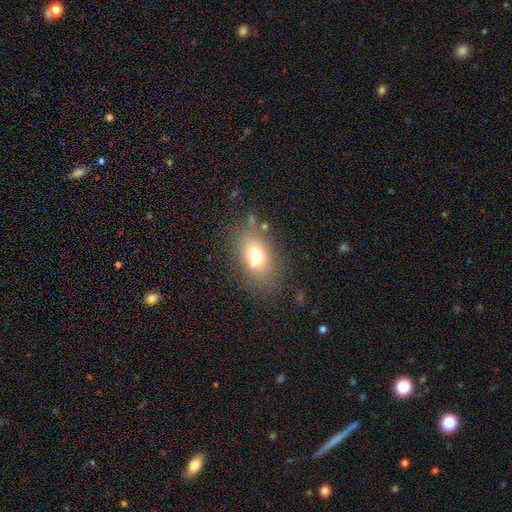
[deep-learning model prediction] Smooth or featured? smooth (68%)
How rounded? in between (77%)
Merging? none (64%)